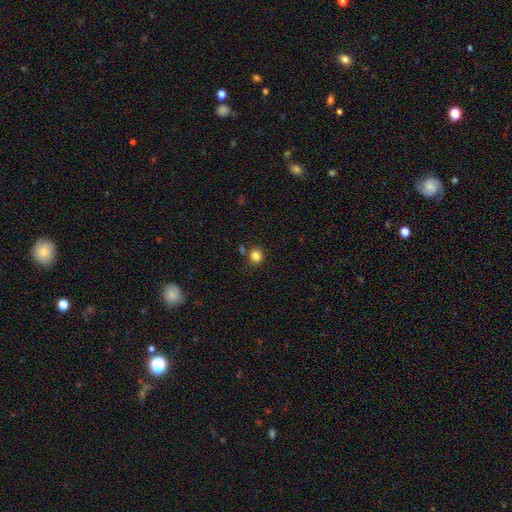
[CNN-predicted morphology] This appears to be a smooth galaxy with no disk features (84%) that is round (90%). Merging: none (79%).